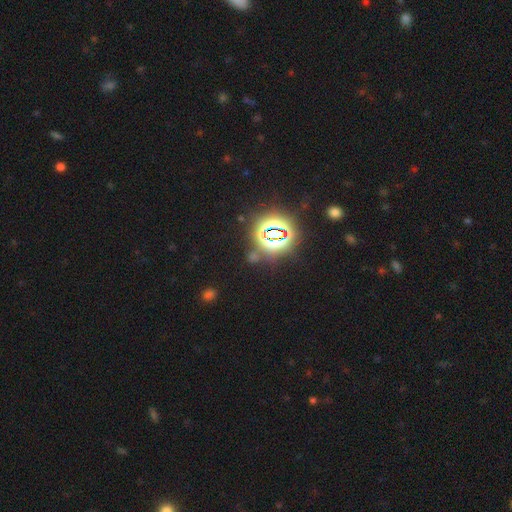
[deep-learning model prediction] This is likely a star or artifact rather than a galaxy (78%).